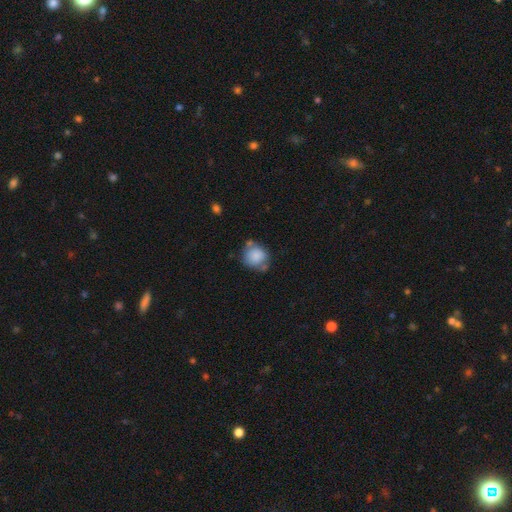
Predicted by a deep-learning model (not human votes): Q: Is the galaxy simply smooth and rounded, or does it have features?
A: smooth — 83%.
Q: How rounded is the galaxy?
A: round — 83%.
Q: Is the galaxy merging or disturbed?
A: none — 54%.